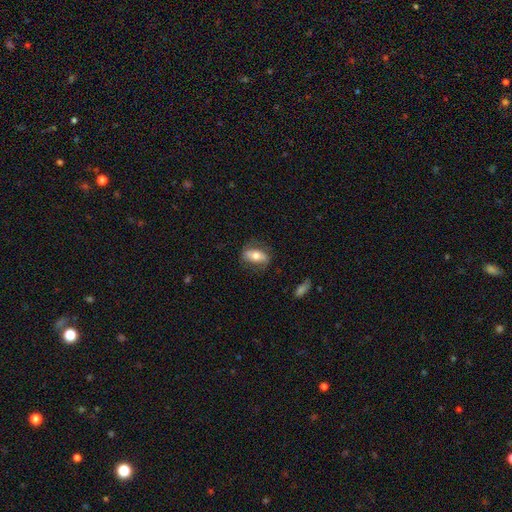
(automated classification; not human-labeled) Smooth or featured?
  - smooth: 57% *
  - featured or disk: 36%
  - star or artifact: 7%
How rounded?
  - in between: 81% *
  - cigar-shaped: 12%
  - round: 7%
Merging?
  - none: 72% *
  - minor disturbance: 19%
  - major disturbance: 8%
  - merger: 1%